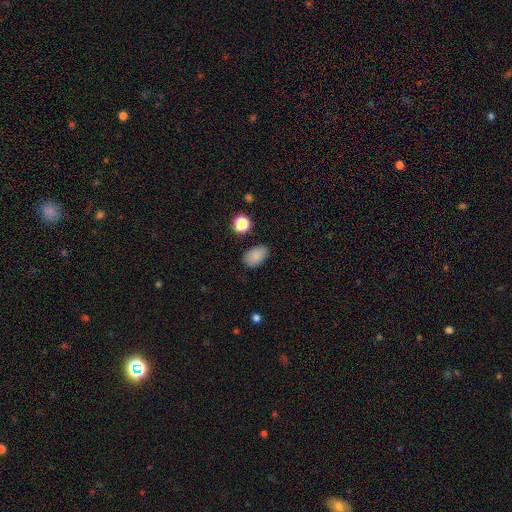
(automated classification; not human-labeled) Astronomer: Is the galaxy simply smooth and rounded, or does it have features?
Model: smooth — 86%.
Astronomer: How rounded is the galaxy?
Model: in between — 89%.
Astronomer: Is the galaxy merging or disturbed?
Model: none — 84%.